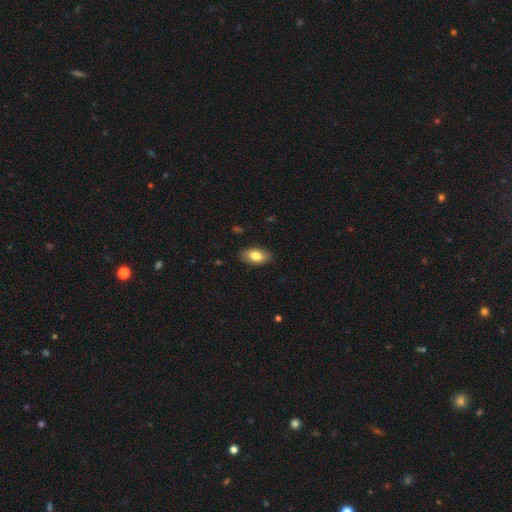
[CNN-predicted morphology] Smooth or featured: smooth — 79% (featured or disk — 14%)
How rounded: in between — 92% (round — 6%)
Merging: none — 85% (minor disturbance — 12%)